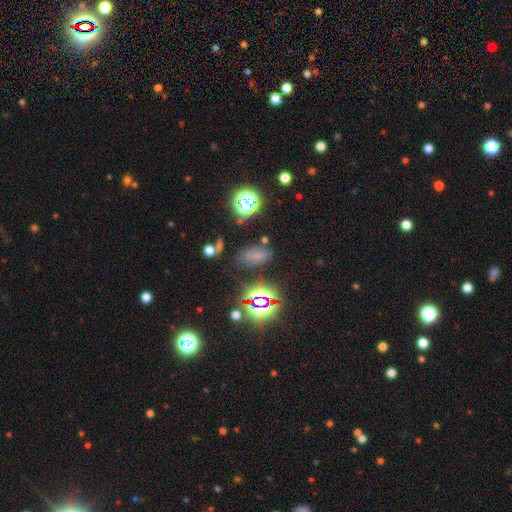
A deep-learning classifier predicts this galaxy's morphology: Smooth or featured? Predicted: smooth (p=0.49). Merging? Predicted: none (p=0.66).